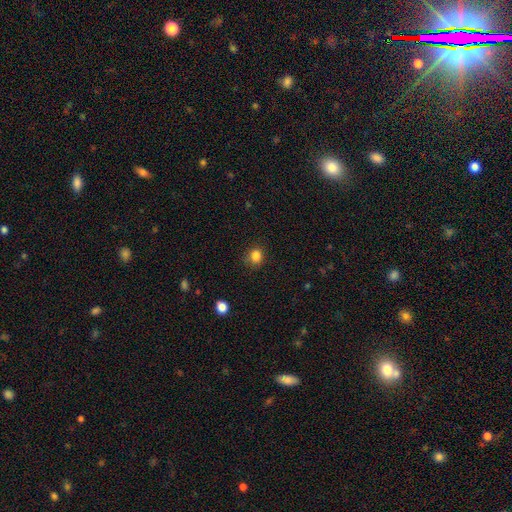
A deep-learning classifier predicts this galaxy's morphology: smooth-or-featured: smooth: 84% | star or artifact: 12% | featured or disk: 4%
  how-rounded: round: 74% | in between: 26% | cigar-shaped: 1%
  merging: none: 79% | minor disturbance: 16% | major disturbance: 4% | merger: 1%